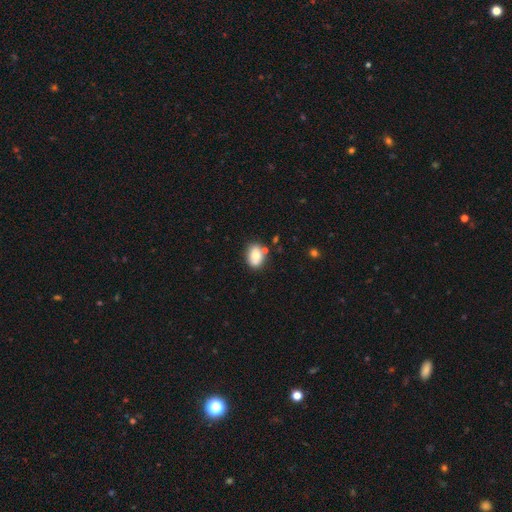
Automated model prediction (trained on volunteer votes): The model was most divided on "how rounded": in between: 73%, round: 26%, cigar-shaped: 1%. More confident: smooth or featured — smooth (73%); merging — none (67%).